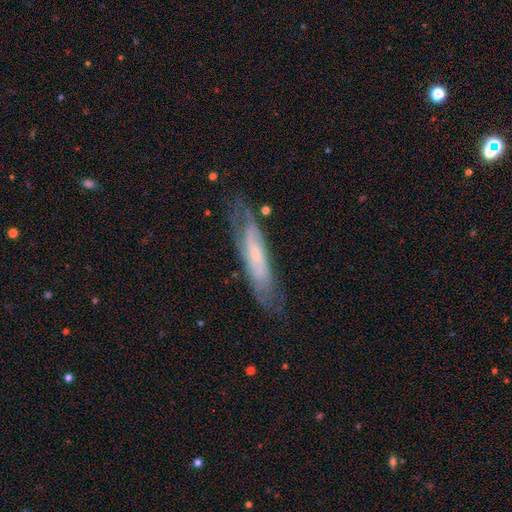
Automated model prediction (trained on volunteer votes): Smooth or featured: featured or disk — 71% (smooth — 22%)
Edge-on disk: no — 63% (yes — 37%)
Merging: none — 68% (minor disturbance — 21%)